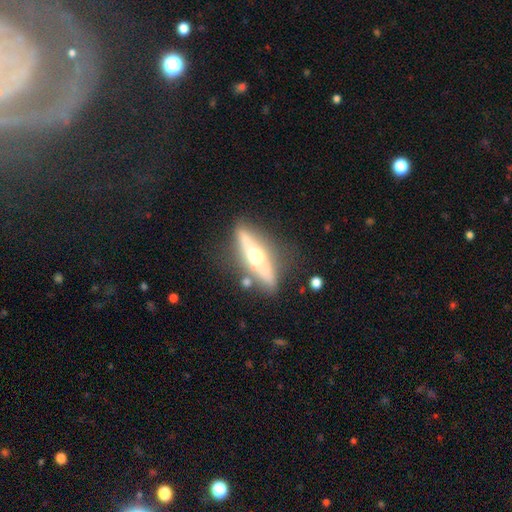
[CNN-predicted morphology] Smooth or featured? Predicted: featured or disk (p=0.66). Edge-on disk? Predicted: yes (p=0.83). Edge-on bulge? Predicted: rounded (p=0.94). Merging? Predicted: none (p=0.75).